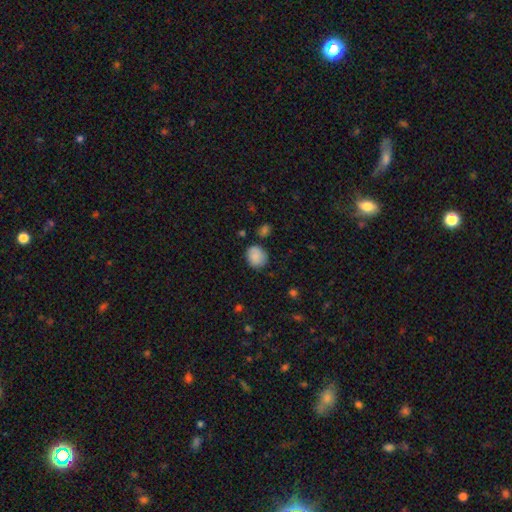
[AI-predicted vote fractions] Smooth or featured: smooth — 85% (star or artifact — 8%)
How rounded: round — 69% (in between — 30%)
Merging: none — 74% (minor disturbance — 18%)